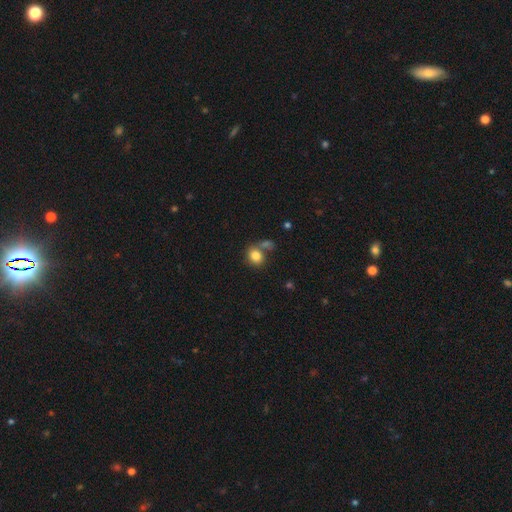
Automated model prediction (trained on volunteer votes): smooth_or_featured: smooth (p=0.82) [alt: star or artifact p=0.10]
how_rounded: round (p=0.61) [alt: in between p=0.38]
merging: none (p=0.55) [alt: merger p=0.28]